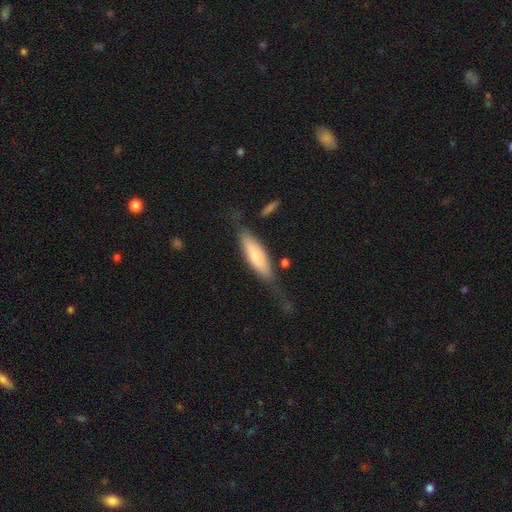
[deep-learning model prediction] This appears to be a smooth galaxy with no disk features (64%) that is cigar-shaped (60%). Merging: none (51%).